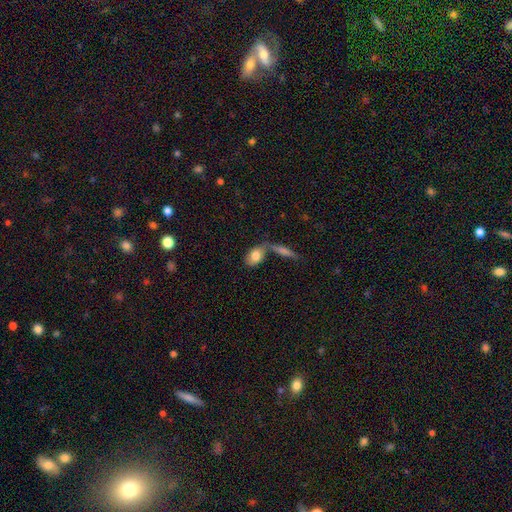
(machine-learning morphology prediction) type=smooth (79%); roundness=in between (87%); merging=merger (40%, tied with none).